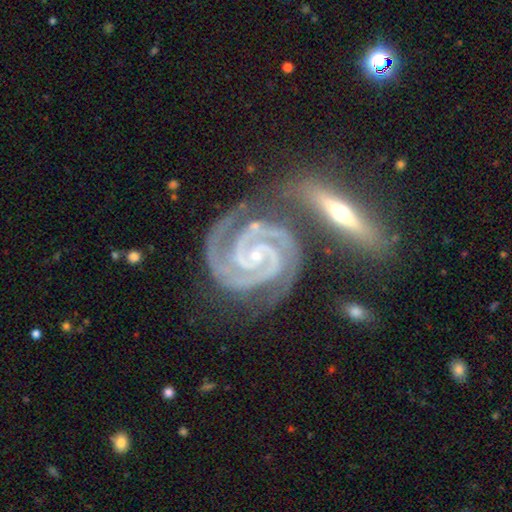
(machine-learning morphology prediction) Q: Smooth or featured?
A: featured or disk (94%); runner-up: star or artifact (4%)
Q: Edge-on disk?
A: no (97%); runner-up: yes (3%)
Q: Bar?
A: no (50%); runner-up: weak (27%)
Q: Spiral arms?
A: yes (99%); runner-up: no (1%)
Q: Spiral winding?
A: tight (80%); runner-up: medium (18%)
Q: Spiral arm count?
A: 2 (76%); runner-up: 3 (16%)
Q: Bulge size?
A: small (79%); runner-up: moderate (16%)
Q: Merging?
A: none (65%); runner-up: minor disturbance (16%)